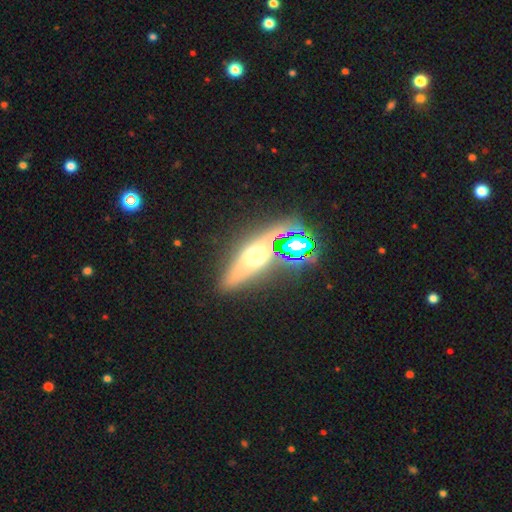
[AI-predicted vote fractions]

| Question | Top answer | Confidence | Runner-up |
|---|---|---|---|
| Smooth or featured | featured or disk | 46% | smooth (33%) |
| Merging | none | 82% | minor disturbance (10%) |